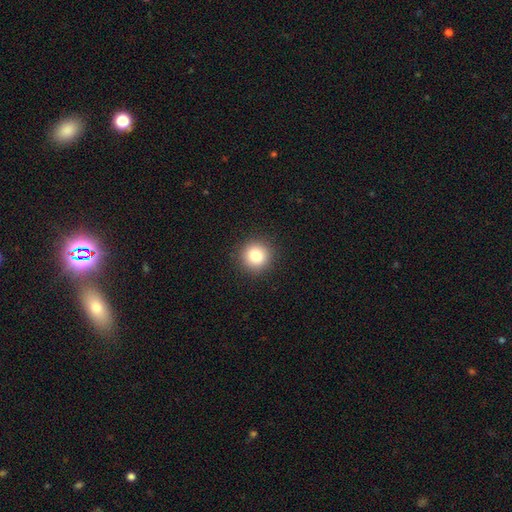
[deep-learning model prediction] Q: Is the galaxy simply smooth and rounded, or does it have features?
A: smooth — 83%.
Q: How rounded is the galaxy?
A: round — 94%.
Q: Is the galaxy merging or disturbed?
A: none — 92%.